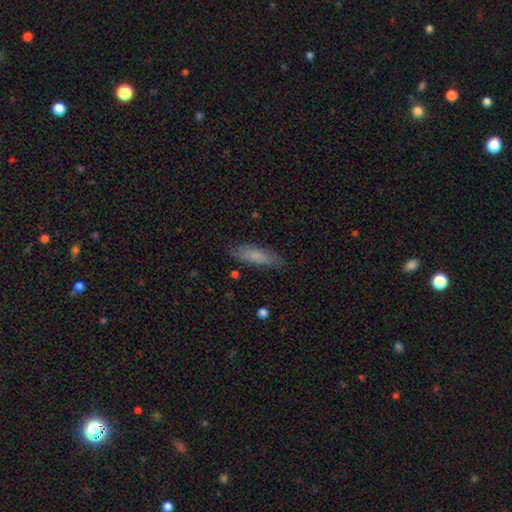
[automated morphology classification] This appears to be a smooth galaxy with no disk features (77%) that is cigar-shaped (60%). Merging: none (82%).